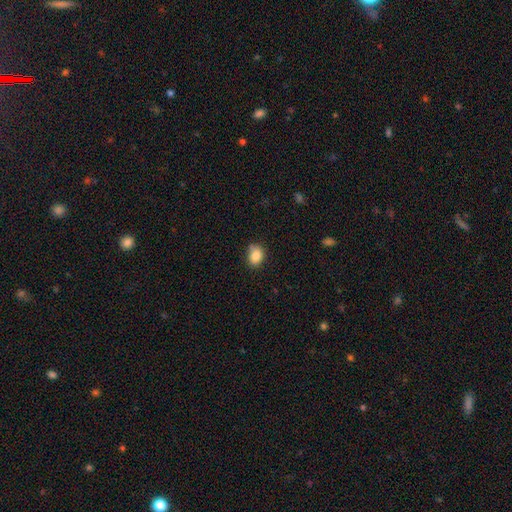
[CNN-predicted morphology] Smooth or featured: smooth — 84% (star or artifact — 9%)
How rounded: in between — 57% (round — 42%)
Merging: none — 69% (minor disturbance — 23%)